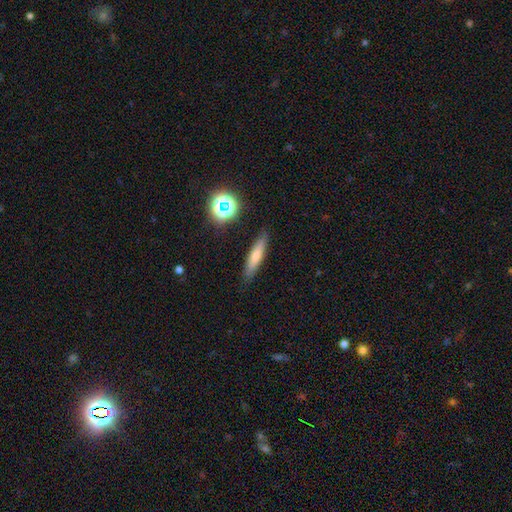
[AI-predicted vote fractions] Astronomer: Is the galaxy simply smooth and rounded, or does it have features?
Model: smooth — 68%.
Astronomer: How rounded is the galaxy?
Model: cigar-shaped — 83%.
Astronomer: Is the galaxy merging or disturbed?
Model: none — 87%.